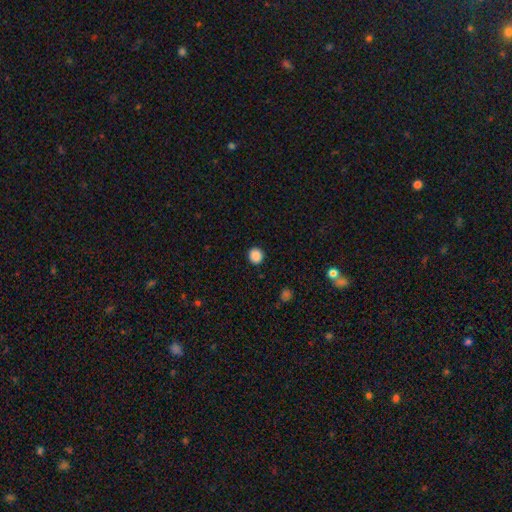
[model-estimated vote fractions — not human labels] This is clearly a smooth galaxy (88%). How rounded: clearly round (91%). Merging: clearly none (92%).